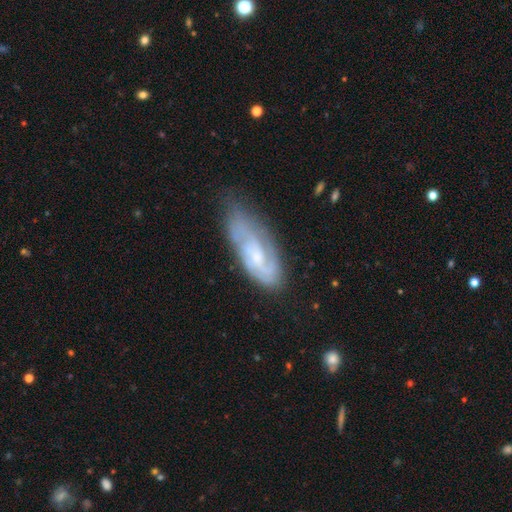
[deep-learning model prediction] Q: Smooth or featured?
A: featured or disk (74%); runner-up: smooth (20%)
Q: Edge-on disk?
A: no (91%); runner-up: yes (9%)
Q: Bar?
A: no (56%); runner-up: weak (38%)
Q: Spiral arms?
A: yes (91%); runner-up: no (9%)
Q: Spiral winding?
A: tight (48%); runner-up: medium (40%)
Q: Spiral arm count?
A: 2 (47%); runner-up: can't tell (30%)
Q: Bulge size?
A: small (57%); runner-up: moderate (29%)
Q: Merging?
A: none (58%); runner-up: minor disturbance (29%)